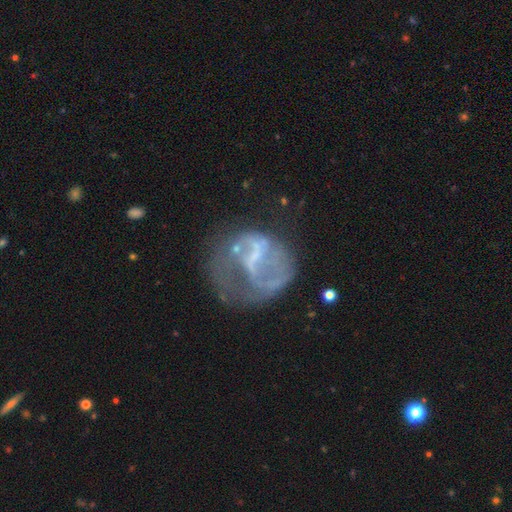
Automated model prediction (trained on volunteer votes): featured or disk 69%, smooth 20%, star or artifact 11%. Down the decision tree: edge-on disk — no (98%); bar — no (42%); spiral arms — no (51%); bulge size — none (52%); merging — major disturbance (41%).